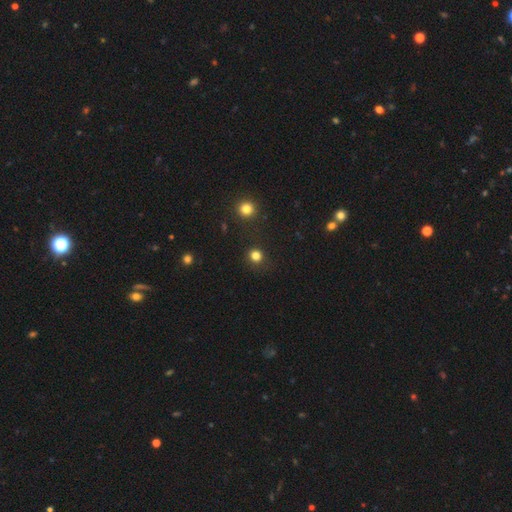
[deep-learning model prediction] Smooth or featured? Predicted: smooth (p=0.80). How rounded? Predicted: round (p=0.89). Merging? Predicted: none (p=0.87).